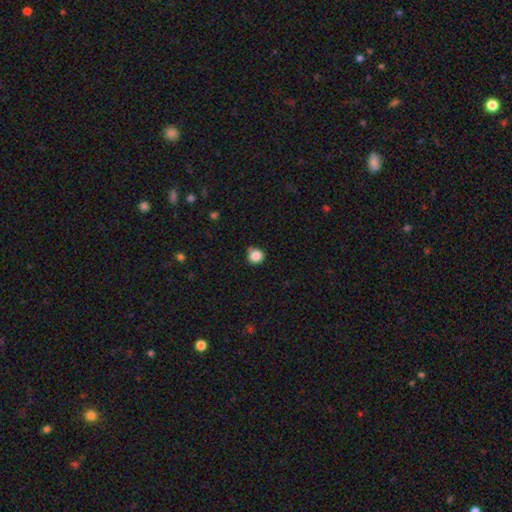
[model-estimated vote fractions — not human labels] Morphology: type=smooth (85%); roundness=round (93%); merging=none (77%).